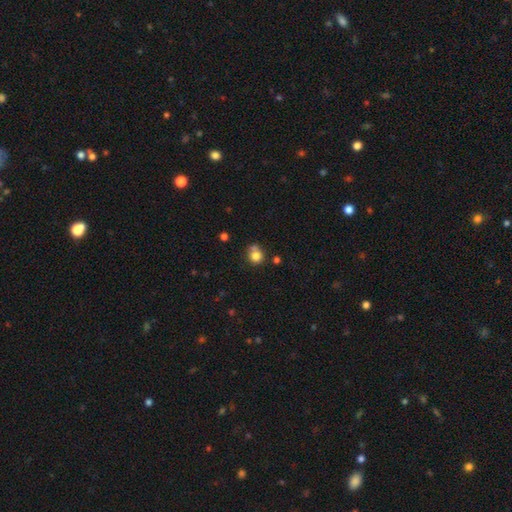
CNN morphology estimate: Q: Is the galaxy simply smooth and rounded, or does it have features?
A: smooth — 80%.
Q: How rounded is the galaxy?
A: round — 85%.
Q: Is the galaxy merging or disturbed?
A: none — 56%.